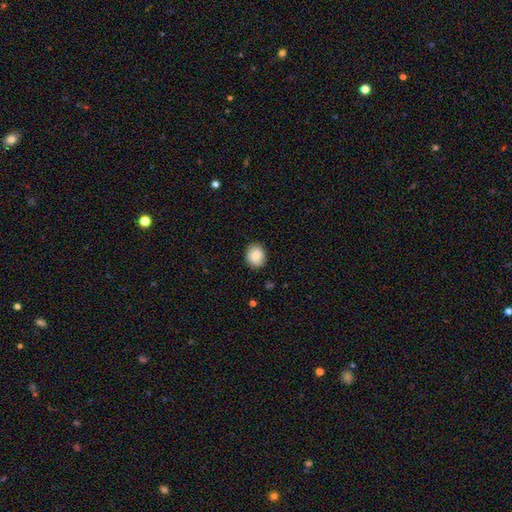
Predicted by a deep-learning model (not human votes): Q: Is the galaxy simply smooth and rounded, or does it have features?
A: smooth — 84%.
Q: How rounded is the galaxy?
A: round — 68%.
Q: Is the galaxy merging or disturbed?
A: none — 87%.